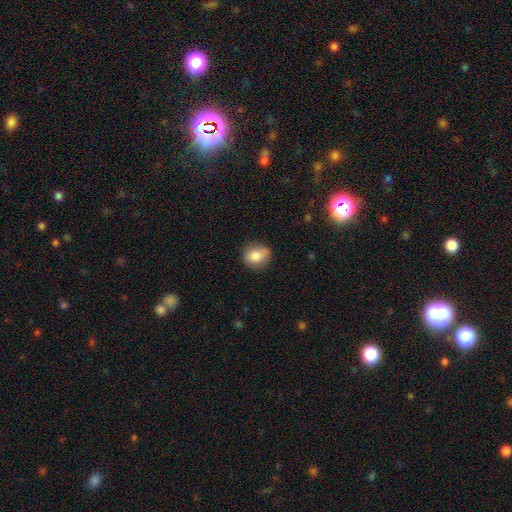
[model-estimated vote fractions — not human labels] smooth-or-featured: smooth: 81% | featured or disk: 10% | star or artifact: 9%
  how-rounded: round: 72% | in between: 26% | cigar-shaped: 1%
  merging: none: 68% | minor disturbance: 23% | major disturbance: 5% | merger: 4%